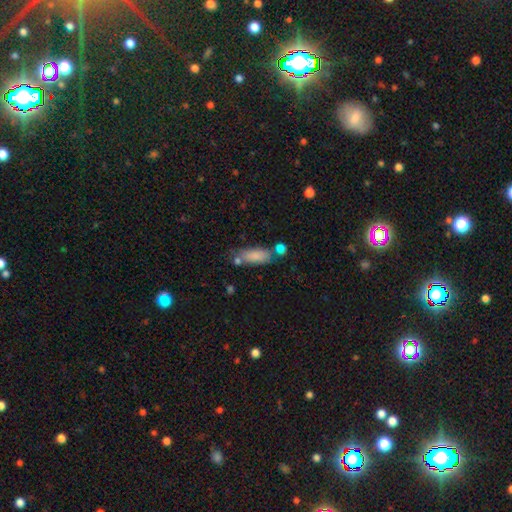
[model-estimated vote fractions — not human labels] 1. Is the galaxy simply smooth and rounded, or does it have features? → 82% smooth, 10% featured or disk, 8% star or artifact.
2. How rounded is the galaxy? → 72% in between, 26% cigar-shaped, 3% round.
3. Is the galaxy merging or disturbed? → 55% none, 20% merger, 19% minor disturbance, 7% major disturbance.